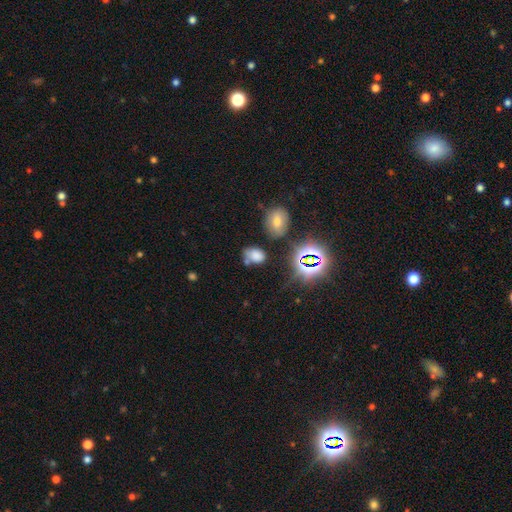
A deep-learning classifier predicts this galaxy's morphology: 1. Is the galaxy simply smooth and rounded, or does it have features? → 66% smooth, 24% star or artifact, 10% featured or disk.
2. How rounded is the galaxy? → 75% in between, 23% round, 2% cigar-shaped.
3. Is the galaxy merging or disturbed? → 56% none, 21% minor disturbance, 14% merger, 9% major disturbance.